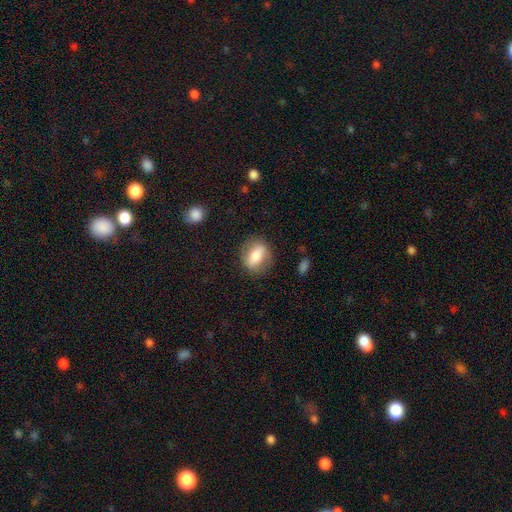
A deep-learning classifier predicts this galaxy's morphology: Smooth or featured? smooth (64%)
How rounded? in between (60%)
Merging? none (80%)